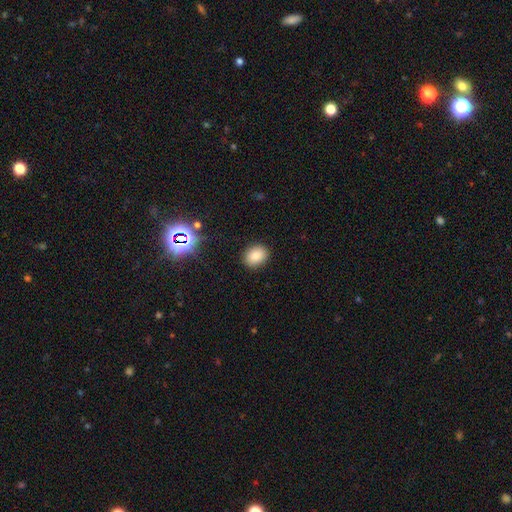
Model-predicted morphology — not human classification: type=smooth (82%); roundness=in between (55%); merging=none (89%).